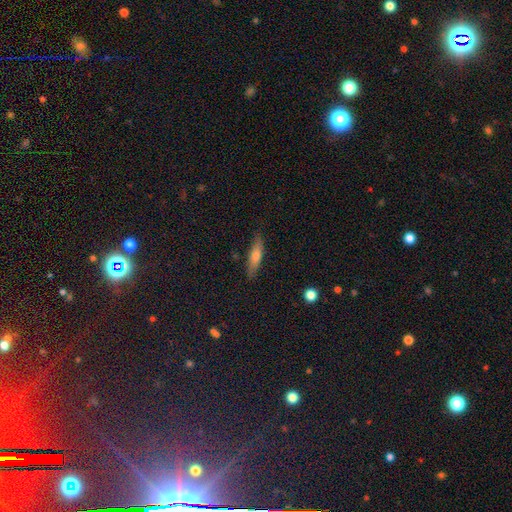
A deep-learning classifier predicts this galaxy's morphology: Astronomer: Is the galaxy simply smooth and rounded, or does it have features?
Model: smooth — 62%.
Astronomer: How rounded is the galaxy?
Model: cigar-shaped — 72%.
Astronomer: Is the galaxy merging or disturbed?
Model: none — 85%.